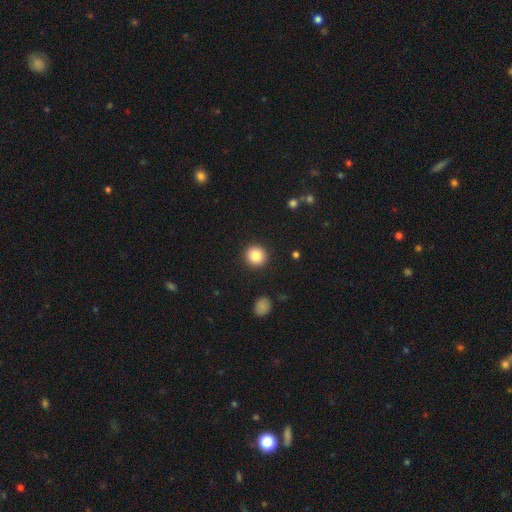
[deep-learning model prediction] Smooth or featured: smooth — 86% (star or artifact — 9%)
How rounded: round — 93% (in between — 6%)
Merging: none — 92% (minor disturbance — 5%)